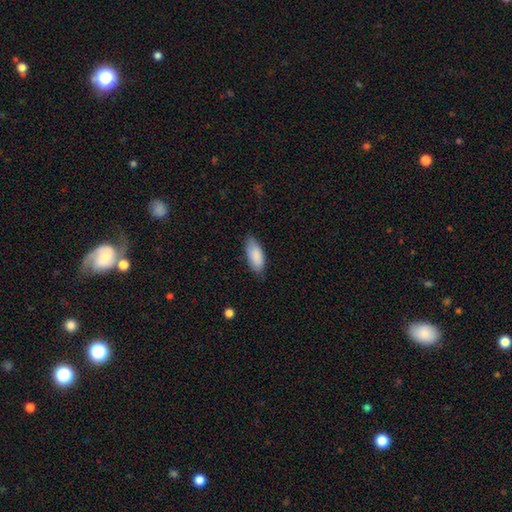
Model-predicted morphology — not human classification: This is clearly a smooth galaxy (88%). How rounded: clearly in between (83%). Merging: likely none (77%).